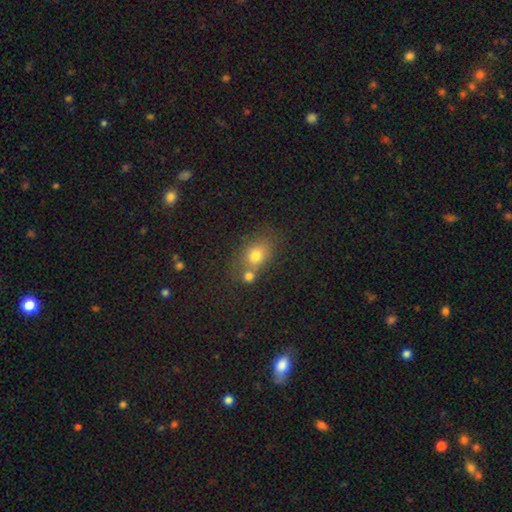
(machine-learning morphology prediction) type=smooth (73%); roundness=round (50%); merging=none (50%).